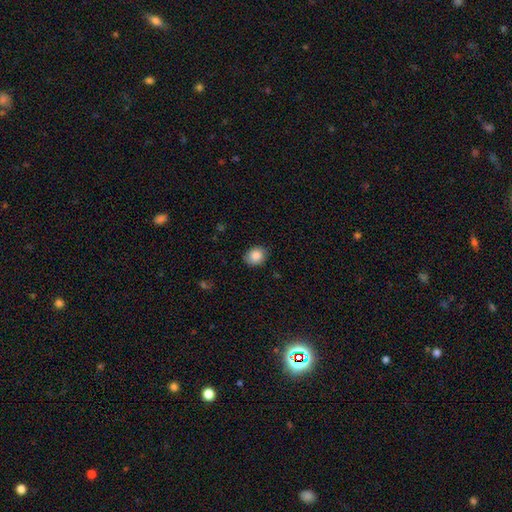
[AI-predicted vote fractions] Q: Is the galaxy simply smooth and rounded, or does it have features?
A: smooth — 87%.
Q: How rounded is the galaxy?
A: round — 60%.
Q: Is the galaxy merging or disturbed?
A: none — 82%.